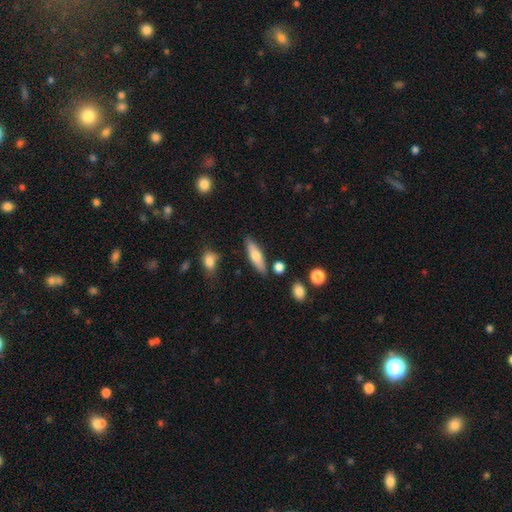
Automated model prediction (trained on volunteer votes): Overall: smooth (62%; featured or disk 31%). How rounded: cigar-shaped (52%; in between 45%). Merging: none (80%).